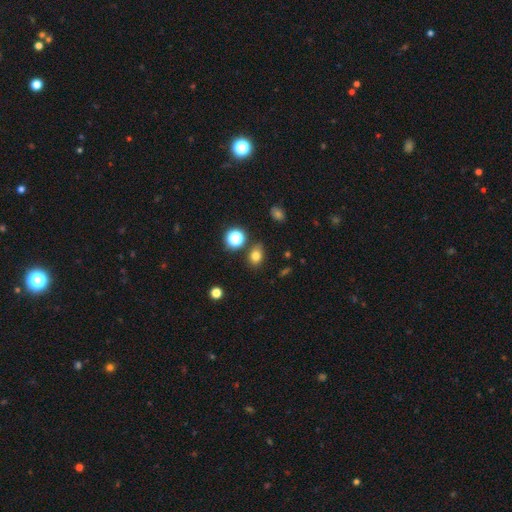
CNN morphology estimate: This appears to be a smooth galaxy with no disk features (76%) that is in between round and cigar-shaped (58%). Merging: none (80%).